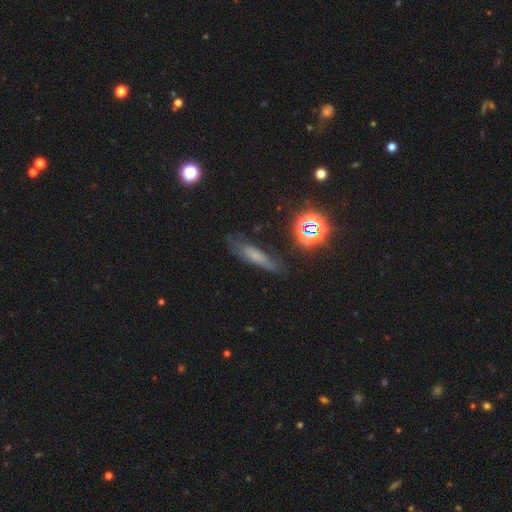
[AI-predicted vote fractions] smooth_or_featured: smooth (p=0.49) [alt: featured or disk p=0.30]
merging: none (p=0.66) [alt: minor disturbance p=0.23]